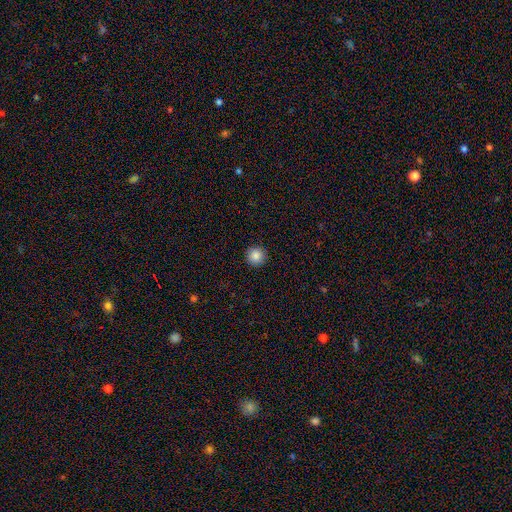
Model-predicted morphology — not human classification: This appears to be a smooth galaxy with no disk features (86%) that is round (96%). Merging: none (92%).